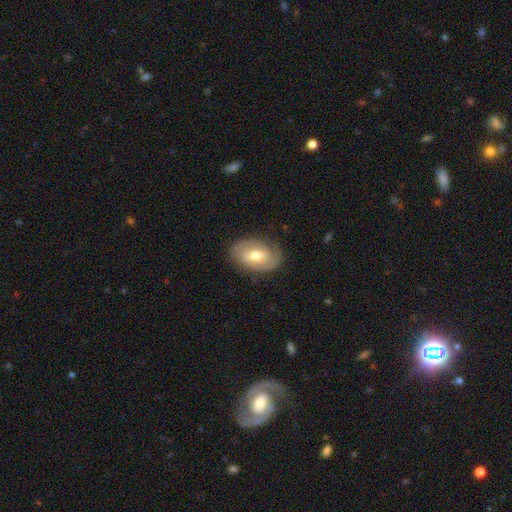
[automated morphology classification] smooth_or_featured: featured or disk (p=0.59) [alt: smooth p=0.34]
disk_edge_on: no (p=0.94) [alt: yes p=0.06]
bar: weak (p=0.43) [alt: no p=0.41]
has_spiral_arms: yes (p=0.72) [alt: no p=0.28]
bulge_size: moderate (p=0.70) [alt: small p=0.22]
merging: none (p=0.80) [alt: minor disturbance p=0.14]